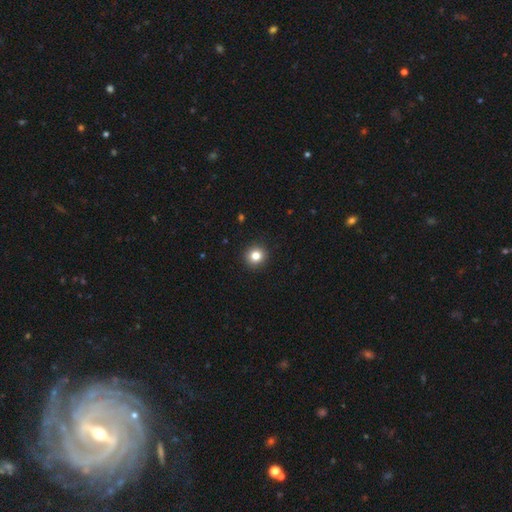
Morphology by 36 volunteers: This appears to be a smooth galaxy with no disk features (89%) that is round (97%). Merging: none (100%).